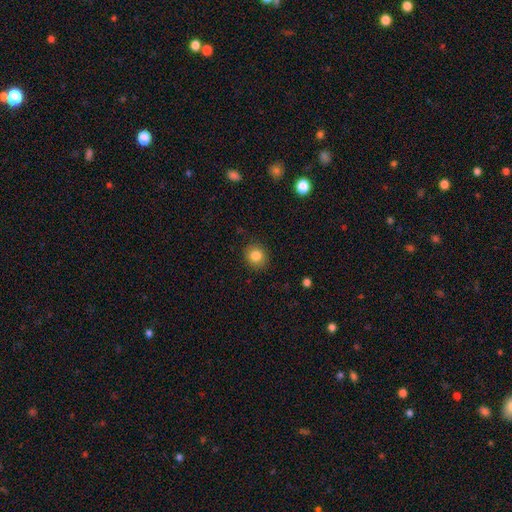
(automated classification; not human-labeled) Smooth or featured?
  - smooth: 84% *
  - star or artifact: 10%
  - featured or disk: 6%
How rounded?
  - round: 81% *
  - in between: 18%
  - cigar-shaped: 1%
Merging?
  - none: 87% *
  - minor disturbance: 9%
  - major disturbance: 3%
  - merger: 1%